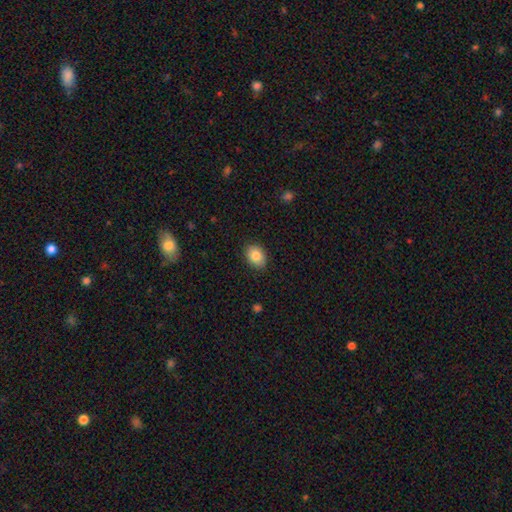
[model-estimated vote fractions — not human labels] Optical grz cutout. It shows a smooth galaxy with no disk features (84%) that is in between round and cigar-shaped (67%). Merging: none (88%).